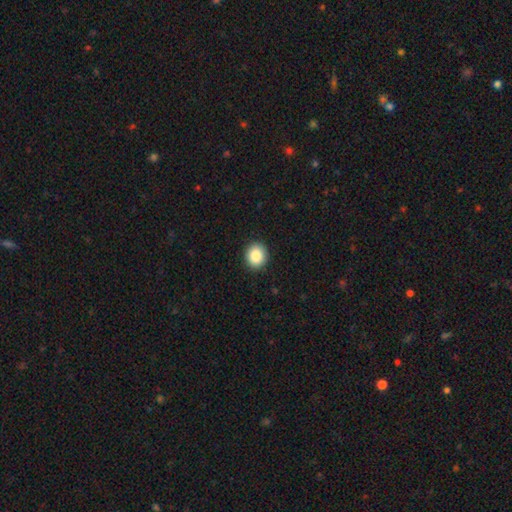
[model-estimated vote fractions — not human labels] Morphology: type=smooth (87%); roundness=round (76%); merging=none (91%).